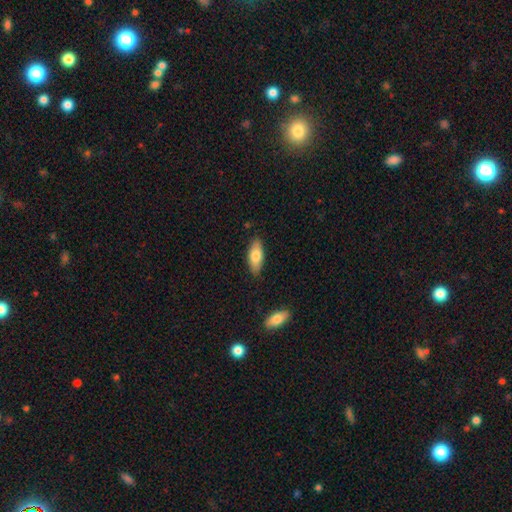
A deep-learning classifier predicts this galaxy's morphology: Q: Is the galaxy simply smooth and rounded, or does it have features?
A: smooth — 77%.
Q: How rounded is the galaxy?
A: in between — 78%.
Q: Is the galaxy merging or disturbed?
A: none — 85%.